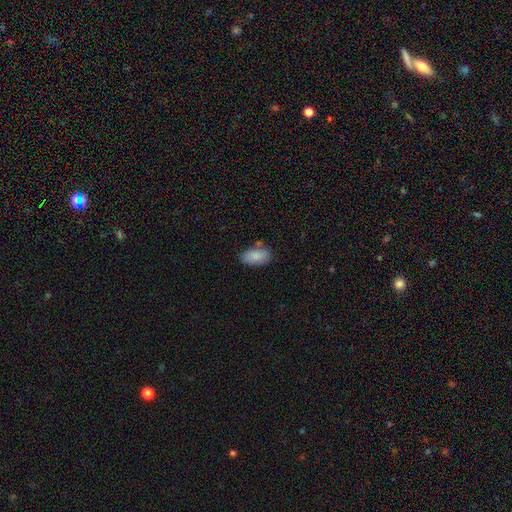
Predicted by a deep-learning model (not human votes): smooth 87%, star or artifact 7%, featured or disk 6%. Down the decision tree: how rounded — in between (94%); merging — none (74%).